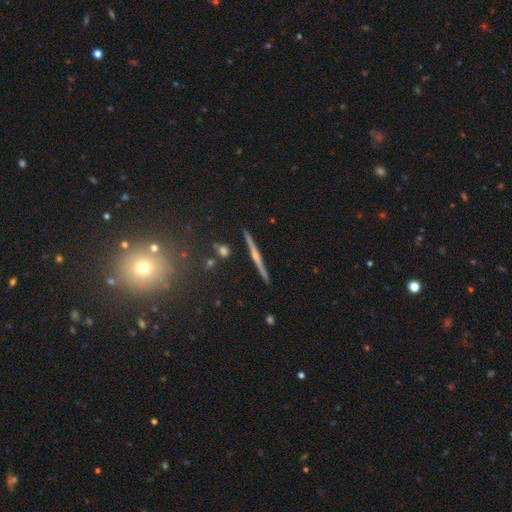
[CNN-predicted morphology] featured or disk 69%, smooth 22%, star or artifact 9%. Down the decision tree: edge-on disk — yes (98%); edge-on bulge — rounded (62%); merging — none (91%).